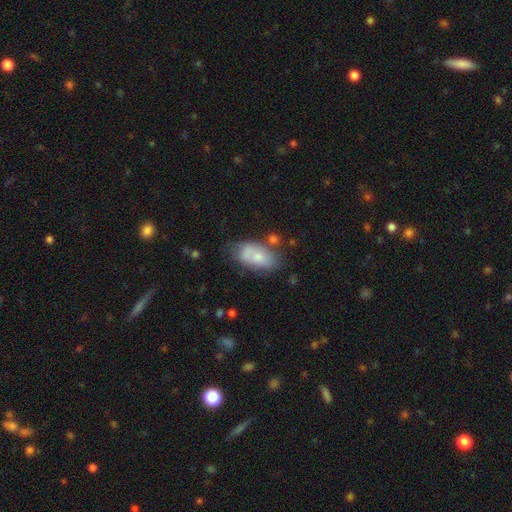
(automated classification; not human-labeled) This appears to be a smooth galaxy with no disk features (69%) that is in between round and cigar-shaped (92%). Merging: none (47%).